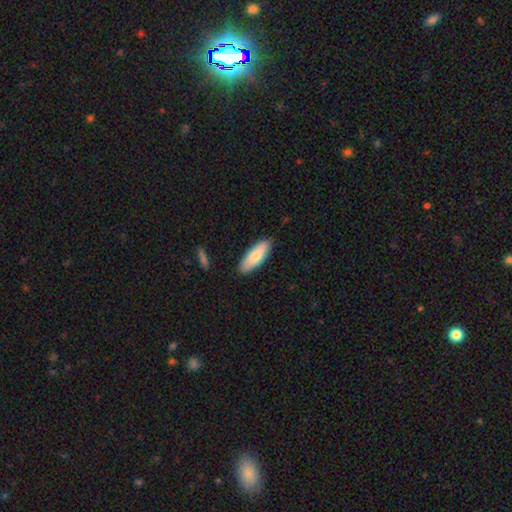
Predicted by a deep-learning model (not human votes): Smooth or featured?
  - smooth: 81% *
  - featured or disk: 14%
  - star or artifact: 5%
How rounded?
  - in between: 69% *
  - cigar-shaped: 30%
  - round: 2%
Merging?
  - none: 86% *
  - minor disturbance: 11%
  - major disturbance: 2%
  - merger: 1%